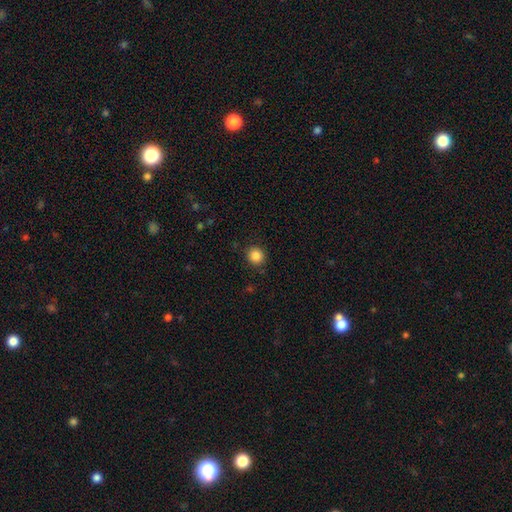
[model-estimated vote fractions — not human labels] smooth_or_featured: smooth (p=0.85) [alt: star or artifact p=0.11]
how_rounded: round (p=0.90) [alt: in between p=0.09]
merging: none (p=0.90) [alt: minor disturbance p=0.07]